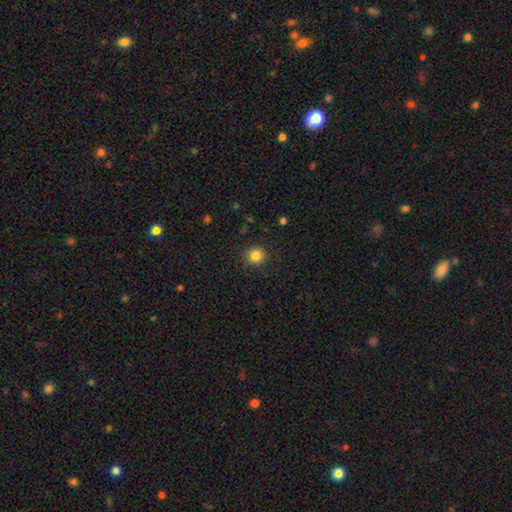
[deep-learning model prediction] This appears to be a smooth galaxy with no disk features (83%) that is round (91%). Merging: none (88%).